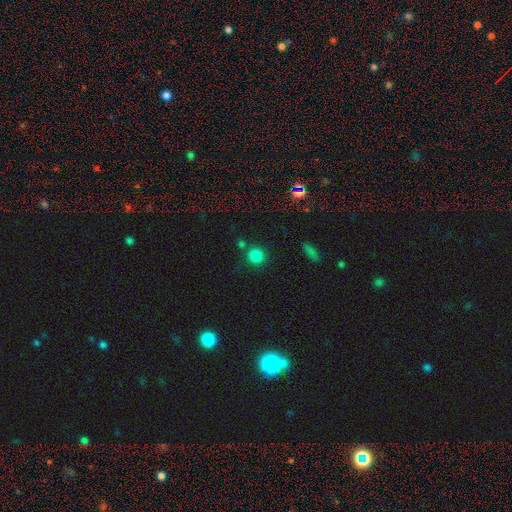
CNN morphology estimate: The model was most divided on "smooth or featured": smooth: 82%, star or artifact: 14%, featured or disk: 4%. More confident: how rounded — round (90%); merging — none (78%).